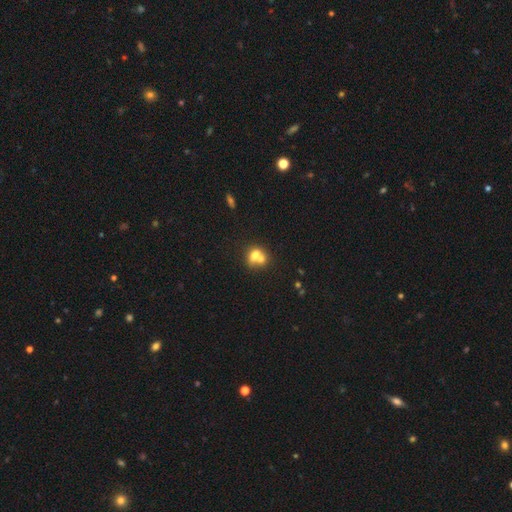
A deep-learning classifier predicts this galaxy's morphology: smooth_or_featured: smooth (p=0.67) [alt: featured or disk p=0.22]
how_rounded: round (p=0.59) [alt: in between p=0.40]
merging: merger (p=0.62) [alt: none p=0.27]